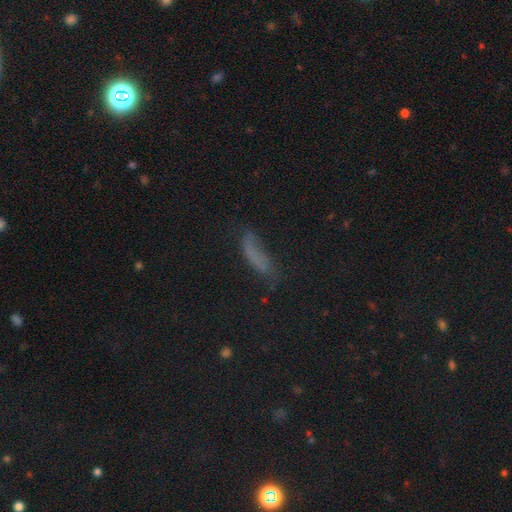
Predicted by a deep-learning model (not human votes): Smooth or featured? Predicted: smooth (p=0.61). How rounded? Predicted: cigar-shaped (p=0.54). Merging? Predicted: none (p=0.47).